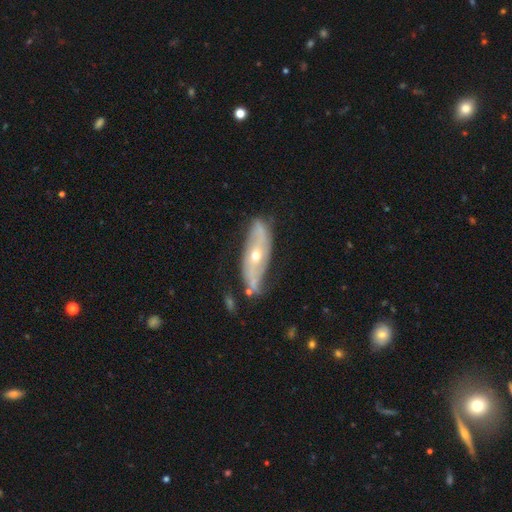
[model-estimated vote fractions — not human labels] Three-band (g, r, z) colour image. It shows a featured or disk galaxy (73%) with no bar (67%), spiral arms (76%) and a moderate central bulge (52%). Merging: none (58%).